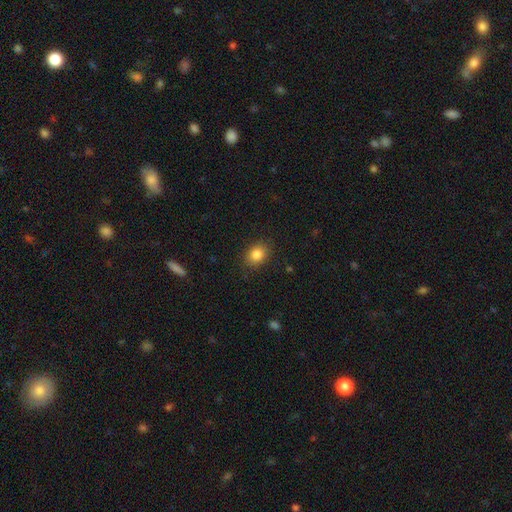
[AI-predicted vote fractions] This is clearly a smooth galaxy (85%). How rounded: possibly in between (58%). Merging: clearly none (86%).